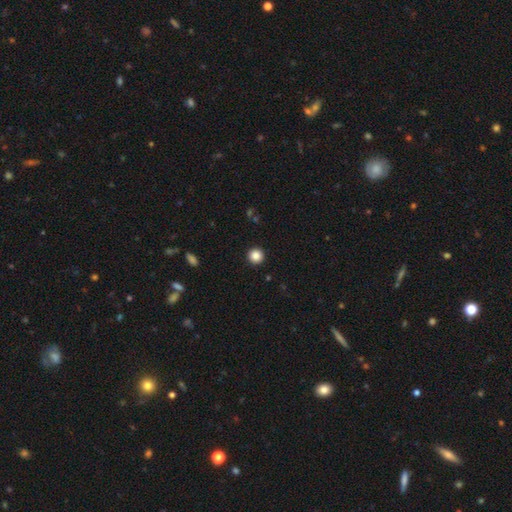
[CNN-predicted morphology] Overall: smooth (87%). How rounded: round (96%). Merging: none (94%).